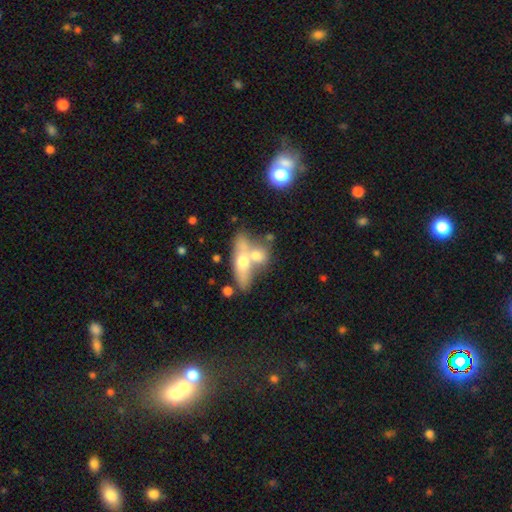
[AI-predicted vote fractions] This appears to be a smooth galaxy with no disk features (57%) that is in between round and cigar-shaped (57%). Merging: merger (59%).